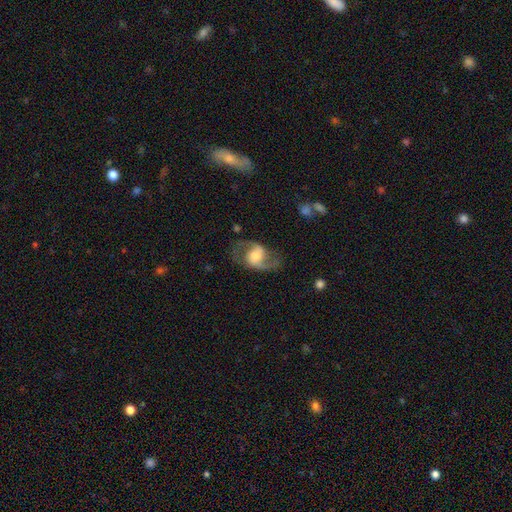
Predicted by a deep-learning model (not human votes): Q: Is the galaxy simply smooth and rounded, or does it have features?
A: featured or disk — 75%.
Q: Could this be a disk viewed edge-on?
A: no — 96%.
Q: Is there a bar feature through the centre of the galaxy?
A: no — 46%.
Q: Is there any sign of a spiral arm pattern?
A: yes — 90%.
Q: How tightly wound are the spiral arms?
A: medium — 45%, tied with loose.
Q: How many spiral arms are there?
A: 2 — 89%.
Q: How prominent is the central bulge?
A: moderate — 45%.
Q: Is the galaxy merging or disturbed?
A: none — 68%.